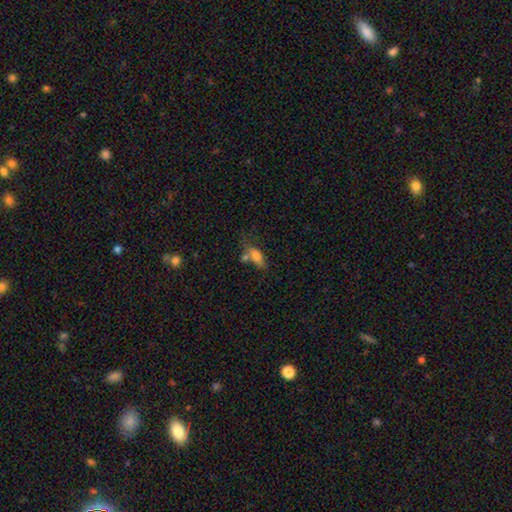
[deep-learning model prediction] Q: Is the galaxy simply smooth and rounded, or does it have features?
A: smooth — 76%.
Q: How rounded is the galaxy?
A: in between — 78%.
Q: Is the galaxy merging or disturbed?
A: none — 38%.